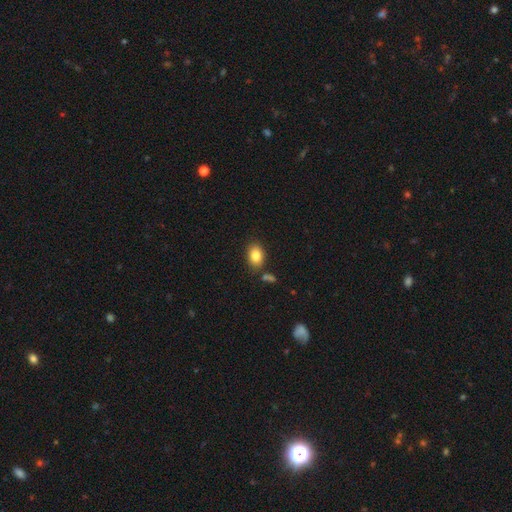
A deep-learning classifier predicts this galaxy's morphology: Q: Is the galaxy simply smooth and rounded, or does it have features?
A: smooth — 84%.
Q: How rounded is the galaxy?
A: in between — 81%.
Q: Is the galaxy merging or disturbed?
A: none — 79%.